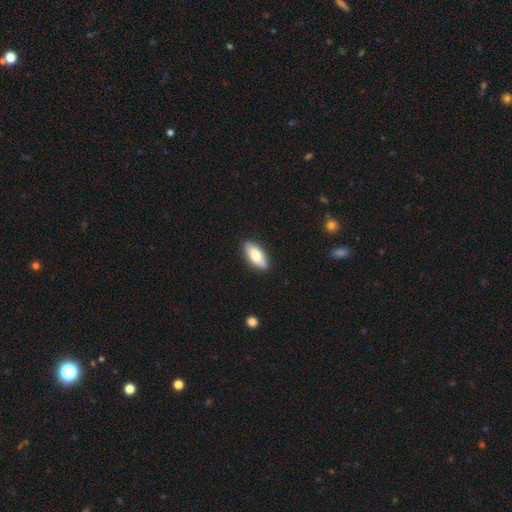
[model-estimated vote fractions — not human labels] This is likely a smooth galaxy (77%). How rounded: clearly in between (86%). Merging: clearly none (89%).